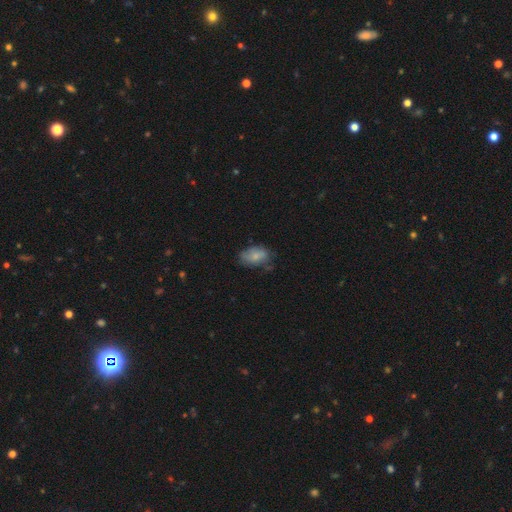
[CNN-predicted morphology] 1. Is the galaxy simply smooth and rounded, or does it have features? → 74% smooth, 18% featured or disk, 8% star or artifact.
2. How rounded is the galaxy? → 90% in between, 8% round, 2% cigar-shaped.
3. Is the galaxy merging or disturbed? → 56% none, 31% minor disturbance, 10% major disturbance, 3% merger.